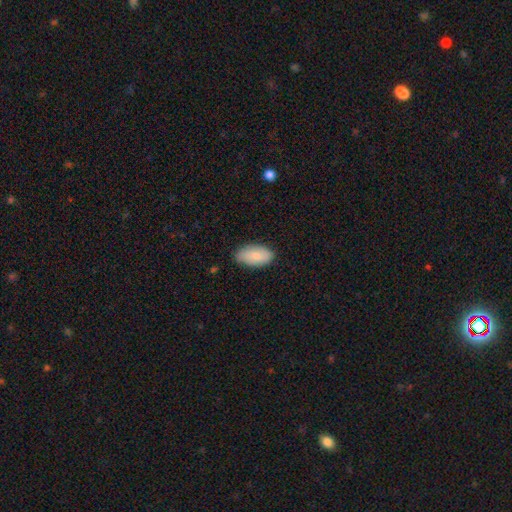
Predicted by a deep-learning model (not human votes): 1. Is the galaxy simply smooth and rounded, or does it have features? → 81% smooth, 13% featured or disk, 6% star or artifact.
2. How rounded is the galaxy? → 94% in between, 3% cigar-shaped, 2% round.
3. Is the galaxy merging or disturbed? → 78% none, 18% minor disturbance, 3% major disturbance, 1% merger.